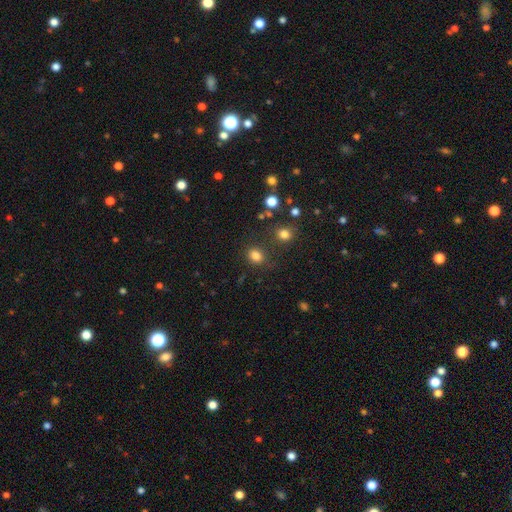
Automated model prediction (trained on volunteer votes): smooth_or_featured: smooth (p=0.81) [alt: star or artifact p=0.14]
how_rounded: round (p=0.54) [alt: in between p=0.45]
merging: none (p=0.79) [alt: minor disturbance p=0.11]